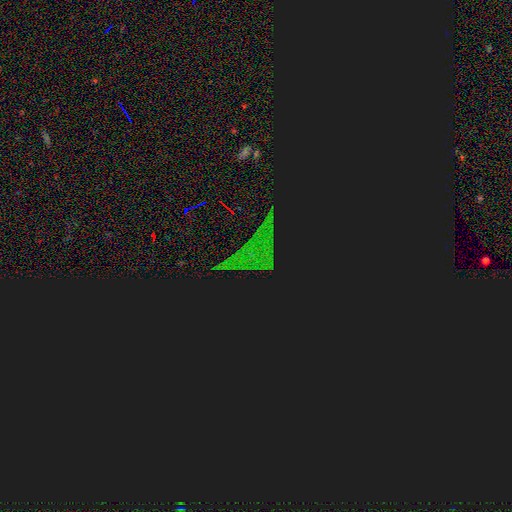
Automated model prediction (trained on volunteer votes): Overall: star or artifact (83%).